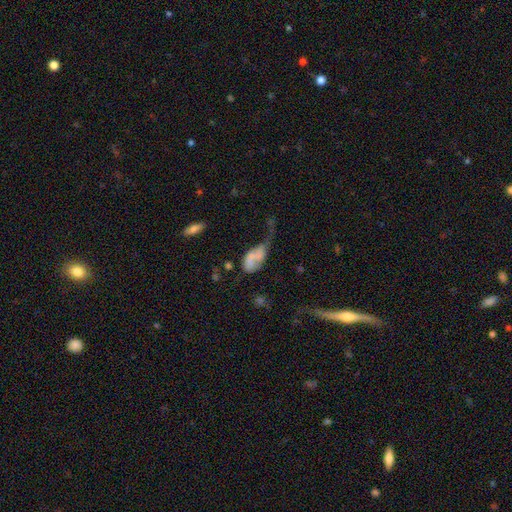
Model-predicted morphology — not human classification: A smooth galaxy with no disk features (57%) that is in between round and cigar-shaped (86%). Merging: major disturbance (40%).